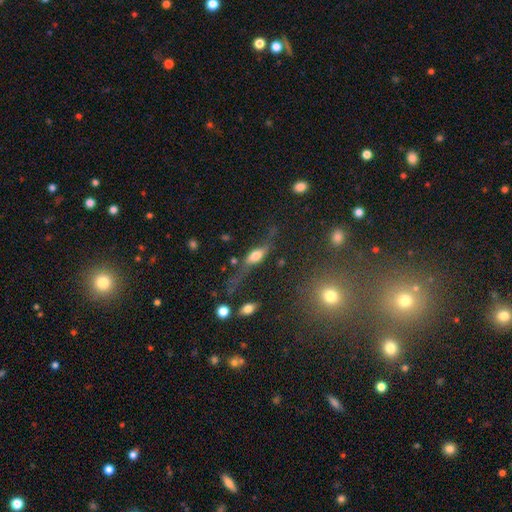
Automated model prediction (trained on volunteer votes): This is possibly a featured or disk galaxy (49%). Merging: possibly none (47%).